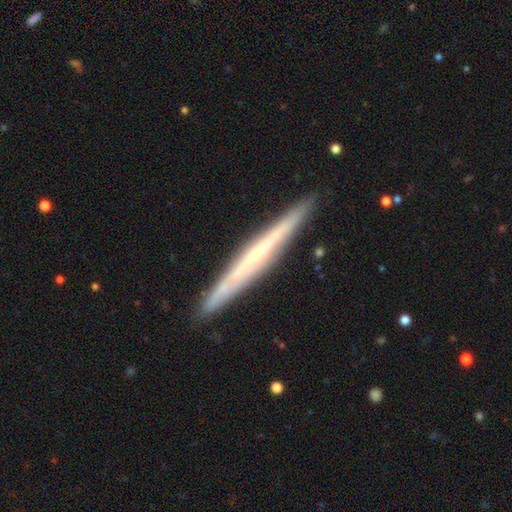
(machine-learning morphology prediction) featured or disk 65%, smooth 29%, star or artifact 6%. Down the decision tree: edge-on disk — yes (96%); edge-on bulge — none (77%); merging — none (89%).